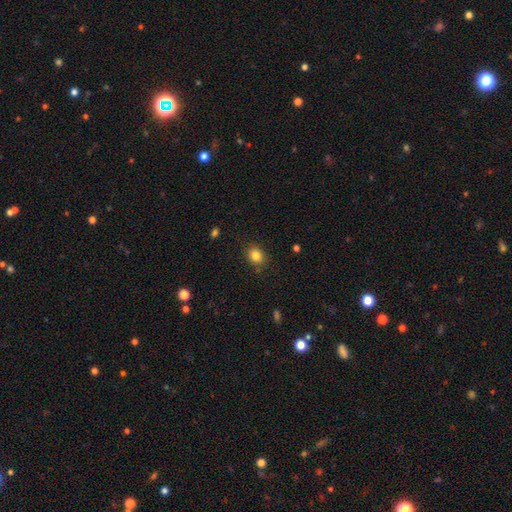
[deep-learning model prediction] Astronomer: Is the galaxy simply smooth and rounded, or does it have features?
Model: smooth — 83%.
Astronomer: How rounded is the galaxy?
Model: round — 58% (runner-up: in between, 41%).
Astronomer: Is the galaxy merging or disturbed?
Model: none — 86%.